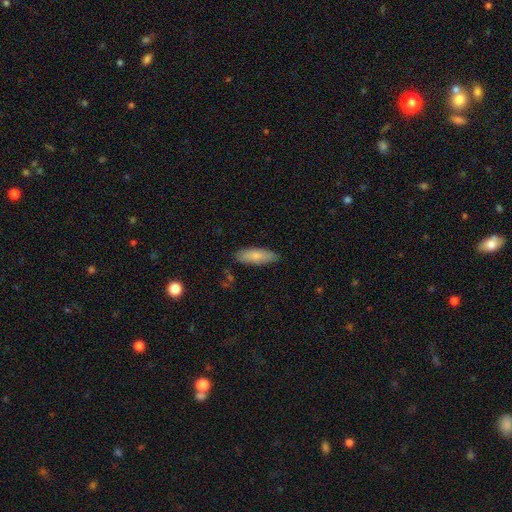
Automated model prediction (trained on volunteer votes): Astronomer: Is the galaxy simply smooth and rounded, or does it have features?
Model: smooth — 76%.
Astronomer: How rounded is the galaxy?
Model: in between — 62%.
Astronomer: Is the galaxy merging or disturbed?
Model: none — 83%.